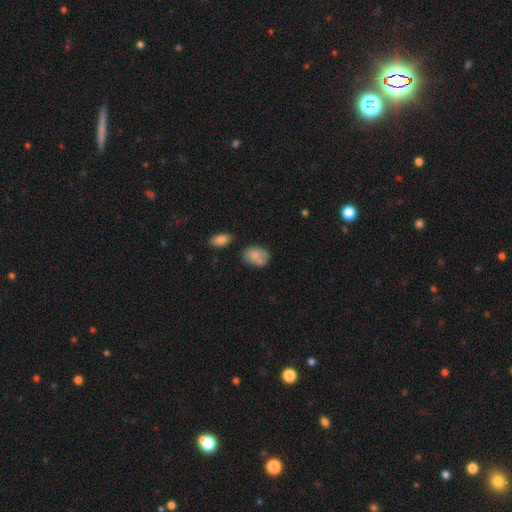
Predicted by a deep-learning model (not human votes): A smooth galaxy with no disk features (74%) that is in between round and cigar-shaped (72%).

Vote fractions:
- Smooth or featured? smooth: 74% / featured or disk: 18% / star or artifact: 8%
- How rounded? in between: 72% / round: 26% / cigar-shaped: 1%
- Merging? none: 54% / minor disturbance: 28% / merger: 9% / major disturbance: 9%